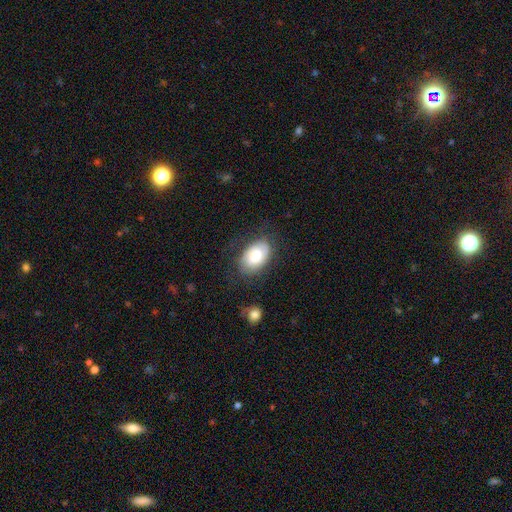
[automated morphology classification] This is likely a smooth galaxy (66%). How rounded: clearly in between (89%). Merging: likely none (68%).